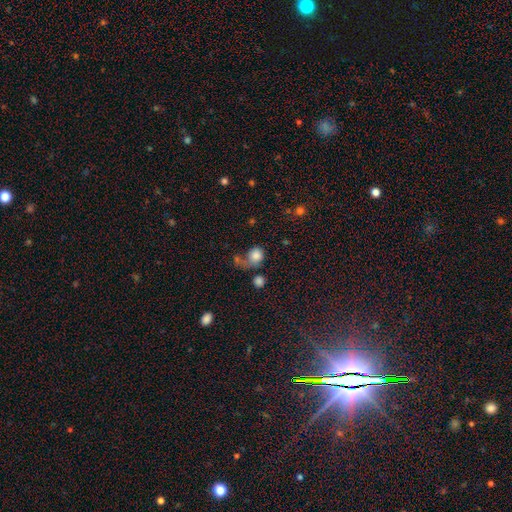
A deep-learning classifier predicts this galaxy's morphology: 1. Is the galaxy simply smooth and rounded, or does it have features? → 77% smooth, 13% featured or disk, 10% star or artifact.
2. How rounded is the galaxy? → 71% round, 27% in between, 1% cigar-shaped.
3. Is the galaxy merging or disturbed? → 32% none, 29% major disturbance, 22% merger, 17% minor disturbance.